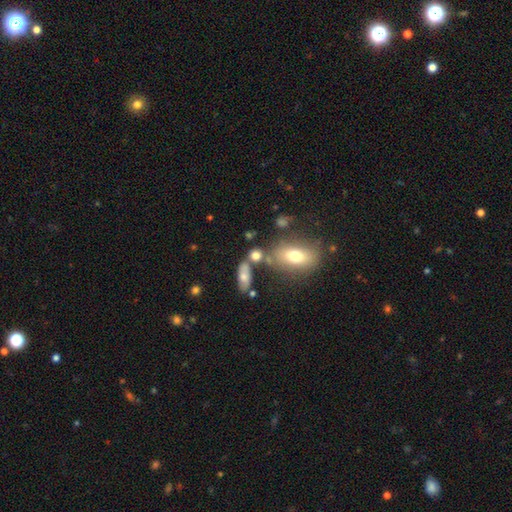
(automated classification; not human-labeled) Q: Smooth or featured?
A: smooth (69%); runner-up: featured or disk (18%)
Q: How rounded?
A: in between (56%); runner-up: round (35%)
Q: Merging?
A: none (54%); runner-up: merger (24%)